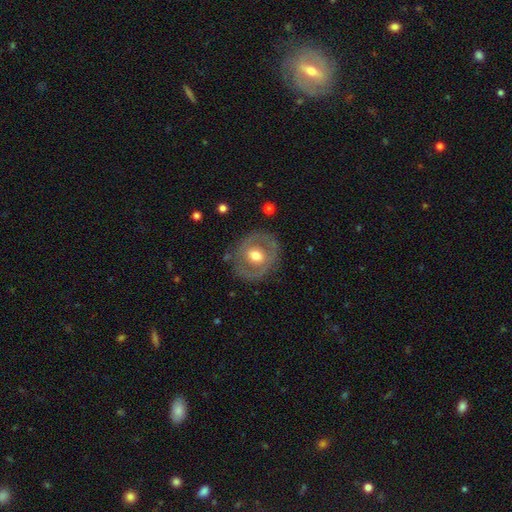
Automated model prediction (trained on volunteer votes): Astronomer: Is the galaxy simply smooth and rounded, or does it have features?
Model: featured or disk — 56% (runner-up: smooth, 38%).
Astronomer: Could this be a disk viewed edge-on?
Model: no — 95%.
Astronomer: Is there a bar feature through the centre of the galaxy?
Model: no — 61%.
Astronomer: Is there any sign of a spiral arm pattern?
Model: no — 74%.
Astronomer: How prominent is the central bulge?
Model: moderate — 69%.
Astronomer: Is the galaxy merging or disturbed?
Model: none — 77%.